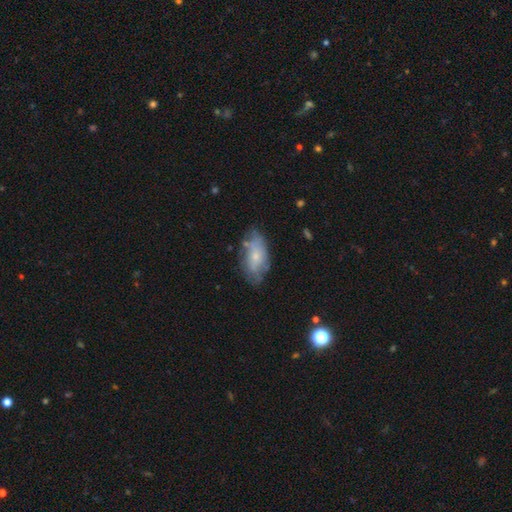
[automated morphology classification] A smooth galaxy with no disk features (53%) that is in between round and cigar-shaped (90%). Merging: none (63%).